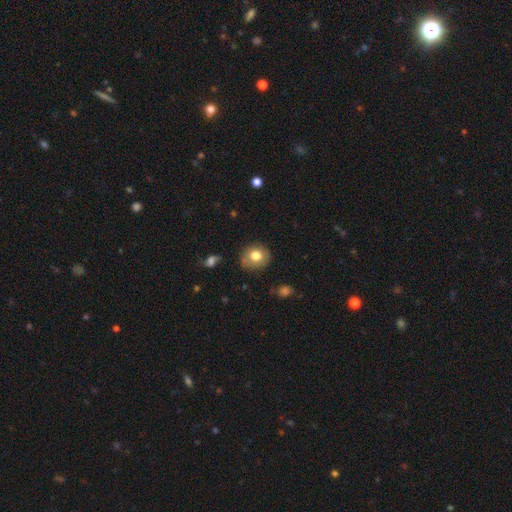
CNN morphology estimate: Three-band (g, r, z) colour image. It shows a smooth galaxy with no disk features (77%) that is round (77%). Merging: none (79%).